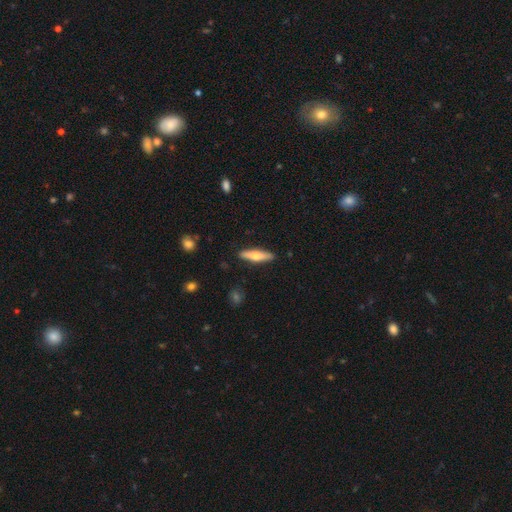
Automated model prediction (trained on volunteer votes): Morphology: type=smooth (55%); roundness=cigar-shaped (76%); merging=none (88%).